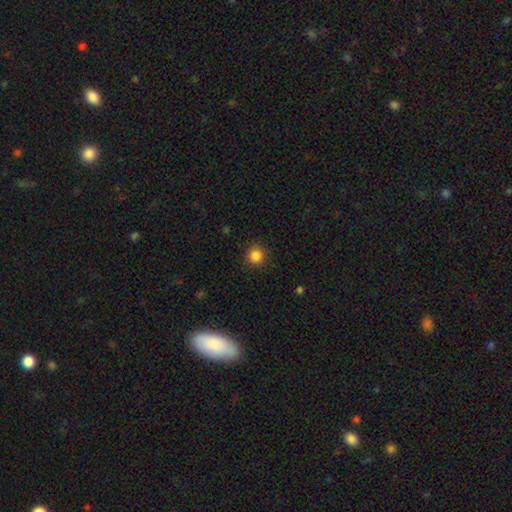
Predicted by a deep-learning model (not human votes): A smooth galaxy with no disk features (85%) that is round (94%). Merging: none (90%).